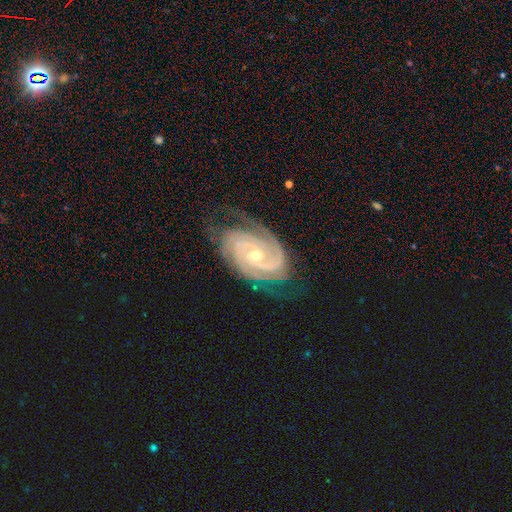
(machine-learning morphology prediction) The model was most divided on "spiral arm count": 2: 33%, 3: 31%, can't tell: 13%, 4: 13%, more than 4: 6%, 1: 5%. More confident: spiral arms — yes (98%); edge-on disk — no (97%); smooth or featured — featured or disk (92%); spiral winding — tight (75%); merging — none (71%); bulge size — small (56%); bar — no (55%).